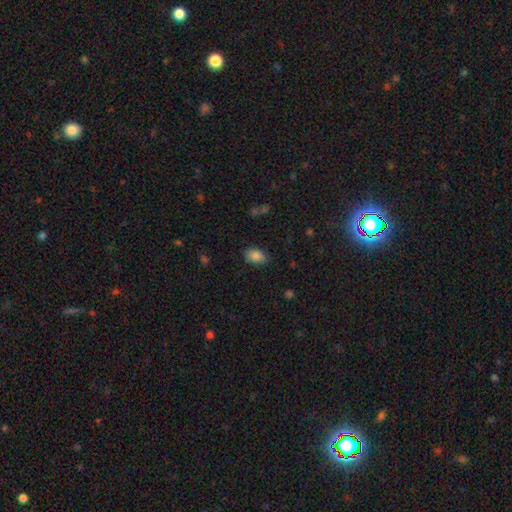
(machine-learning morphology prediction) This appears to be a smooth galaxy with no disk features (85%) that is in between round and cigar-shaped (86%). Merging: none (82%).